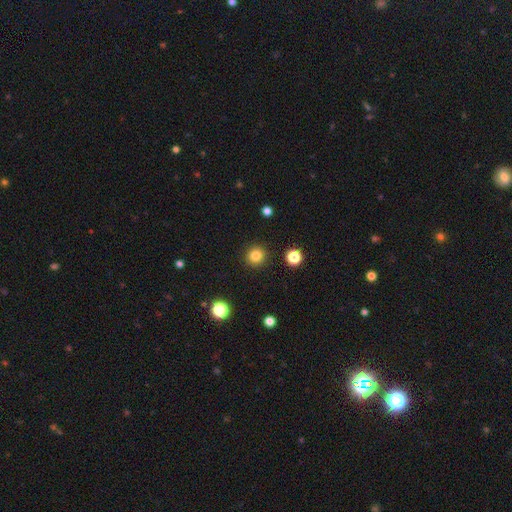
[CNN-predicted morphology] smooth 83%, star or artifact 12%, featured or disk 5%. Down the decision tree: how rounded — round (93%); merging — none (91%).